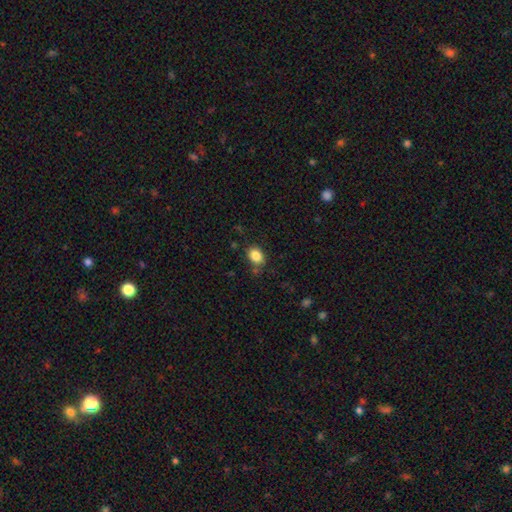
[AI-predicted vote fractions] A smooth galaxy with no disk features (85%) that is in between round and cigar-shaped (64%).

Vote fractions:
- Smooth or featured? smooth: 85% / star or artifact: 9% / featured or disk: 5%
- How rounded? in between: 64% / round: 35% / cigar-shaped: 1%
- Merging? none: 76% / minor disturbance: 15% / merger: 5% / major disturbance: 4%